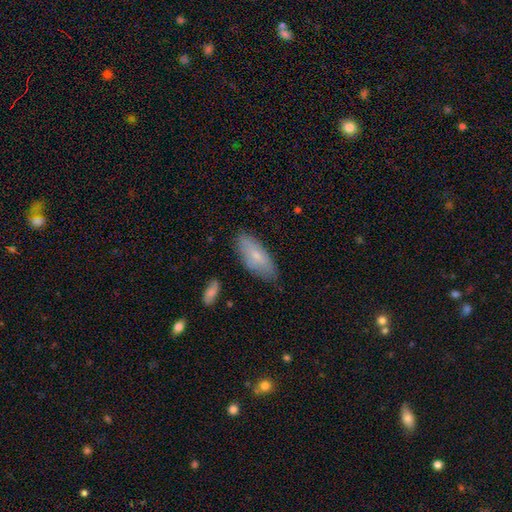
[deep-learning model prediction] Q: Smooth or featured?
A: smooth (71%); runner-up: featured or disk (22%)
Q: How rounded?
A: in between (80%); runner-up: cigar-shaped (18%)
Q: Merging?
A: none (76%); runner-up: minor disturbance (19%)